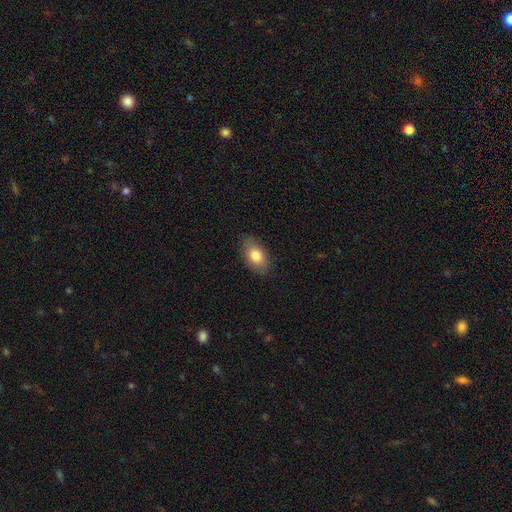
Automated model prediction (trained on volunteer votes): Overall: smooth (82%). How rounded: in between (91%). Merging: none (85%).